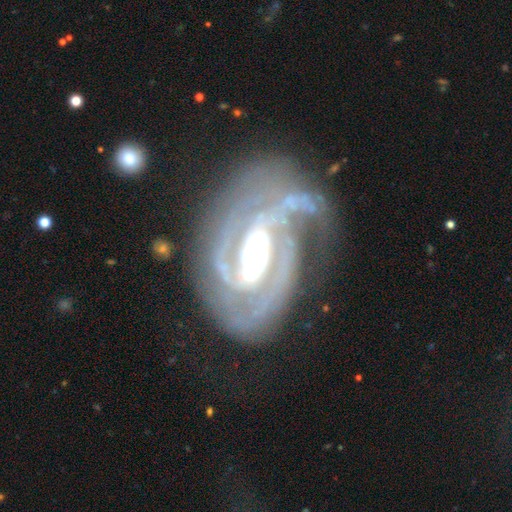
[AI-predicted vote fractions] The model was most divided on "spiral winding": tight: 53%, medium: 39%, loose: 8%. Remaining: spiral arms — yes (97%); edge-on disk — no (97%); smooth or featured — featured or disk (92%); merging — none (63%); bulge size — moderate (61%); spiral arm count — 2 (53%); bar — strong (49%).